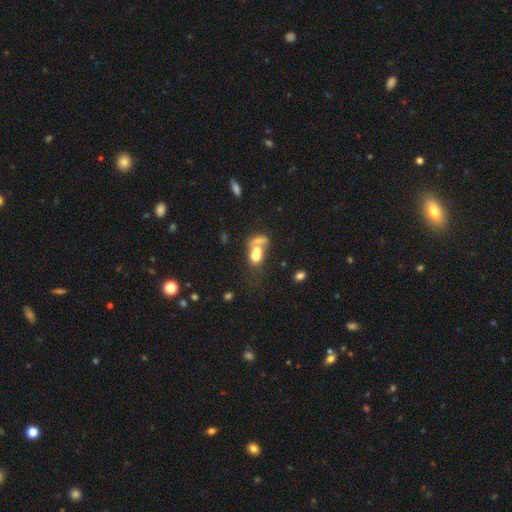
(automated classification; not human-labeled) Morphology: type=smooth (63%); roundness=in between (60%); merging=merger (63%).